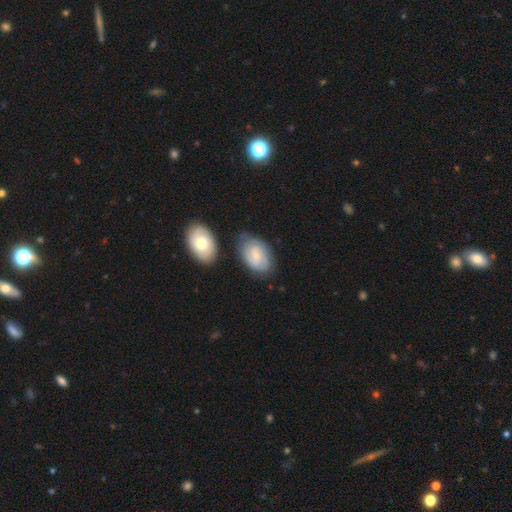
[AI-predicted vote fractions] A featured or disk galaxy (53%) with no bar (55%), spiral arms (83%) and a small central bulge (62%). Merging: none (63%).